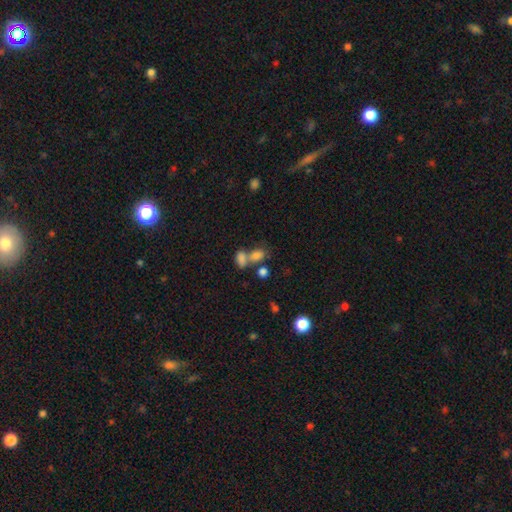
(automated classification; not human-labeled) Morphology: type=smooth (77%); roundness=in between (74%); merging=merger (52%).